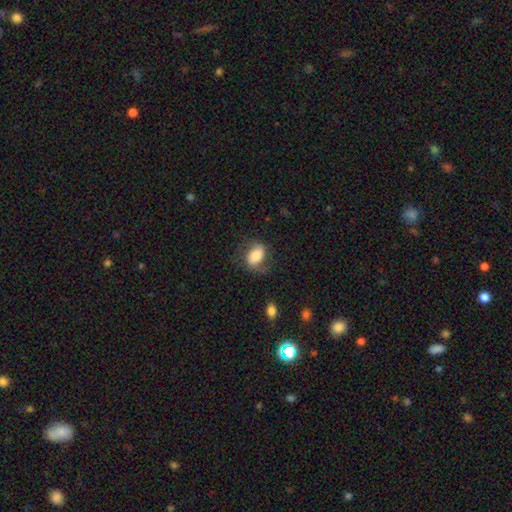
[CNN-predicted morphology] smooth 66%, featured or disk 26%, star or artifact 8%. Down the decision tree: how rounded — in between (85%); merging — none (61%).